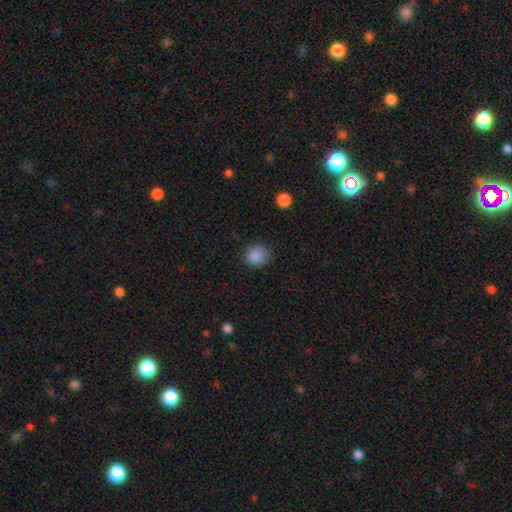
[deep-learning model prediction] smooth-or-featured: smooth: 86% | star or artifact: 10% | featured or disk: 4%
  how-rounded: round: 75% | in between: 24% | cigar-shaped: 1%
  merging: none: 77% | minor disturbance: 18% | major disturbance: 4% | merger: 1%